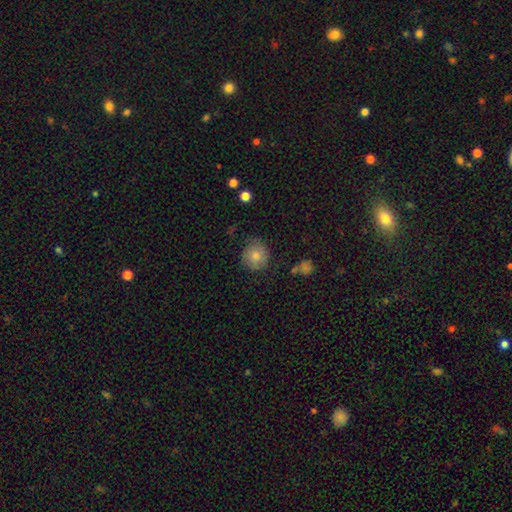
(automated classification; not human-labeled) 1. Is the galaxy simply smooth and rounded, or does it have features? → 75% smooth, 17% featured or disk, 8% star or artifact.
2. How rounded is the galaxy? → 90% round, 9% in between, 1% cigar-shaped.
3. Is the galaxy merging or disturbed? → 74% none, 19% minor disturbance, 5% major disturbance, 2% merger.